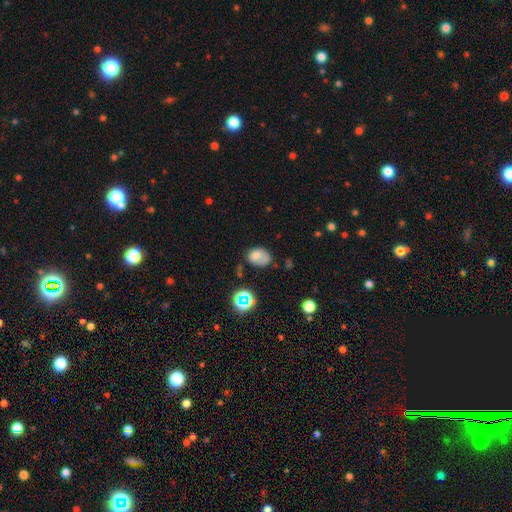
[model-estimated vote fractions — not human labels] Morphology: type=smooth (71%); roundness=in between (72%); merging=none (48%).